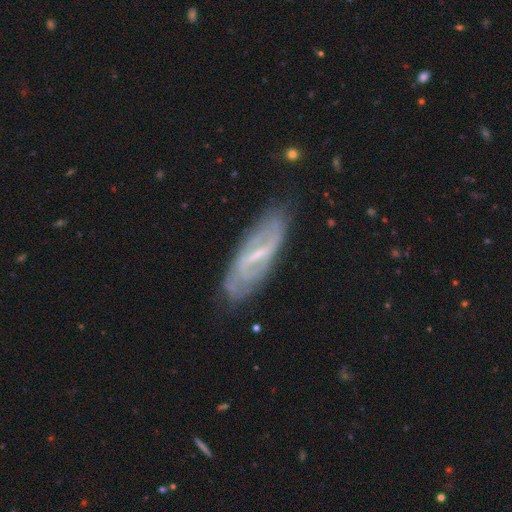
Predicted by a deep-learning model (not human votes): This is likely a featured or disk galaxy (78%). It is clearly not viewed edge-on (81%). Bar: possibly strong (48%). Spiral arm pattern: clearly yes (82%). Spiral arm count: likely 2 (62%). Spiral winding: marginally medium (36%). Central bulge: possibly small (57%). Merging: likely none (76%).